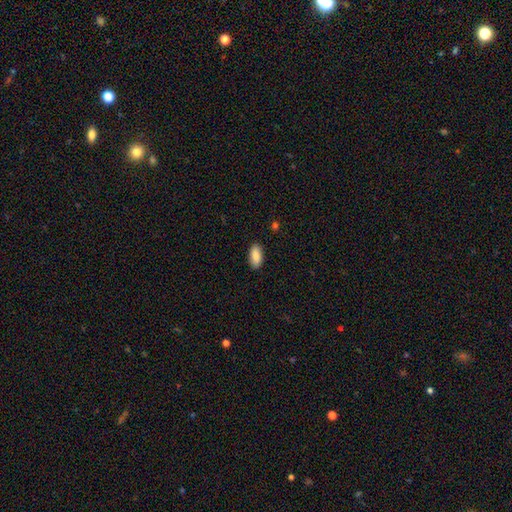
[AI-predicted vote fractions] smooth_or_featured: smooth (p=0.87) [alt: star or artifact p=0.06]
how_rounded: in between (p=0.90) [alt: cigar-shaped p=0.08]
merging: none (p=0.88) [alt: minor disturbance p=0.09]